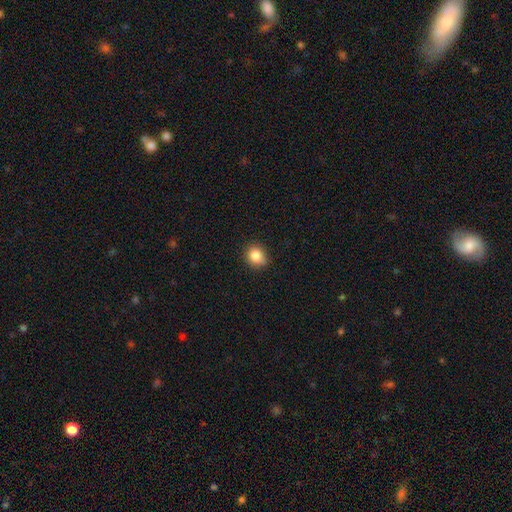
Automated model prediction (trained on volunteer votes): smooth 85%, star or artifact 10%, featured or disk 5%. Down the decision tree: how rounded — round (74%); merging — none (83%).